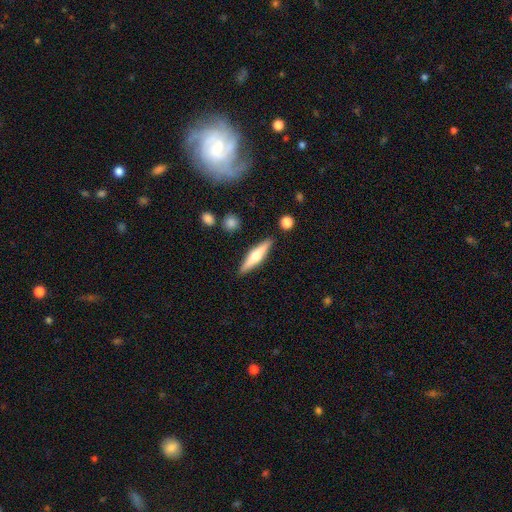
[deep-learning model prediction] smooth_or_featured: featured or disk (p=0.51) [alt: smooth p=0.43]
disk_edge_on: yes (p=0.96) [alt: no p=0.04]
merging: none (p=0.88) [alt: minor disturbance p=0.08]